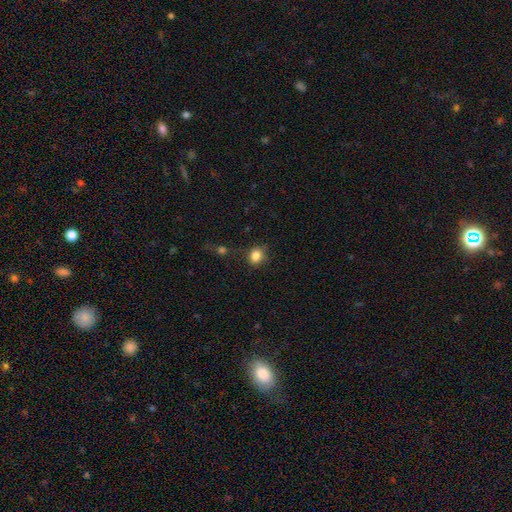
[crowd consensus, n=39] Smooth or featured? smooth (90%)
How rounded? round (83%)
Merging? none (69%)